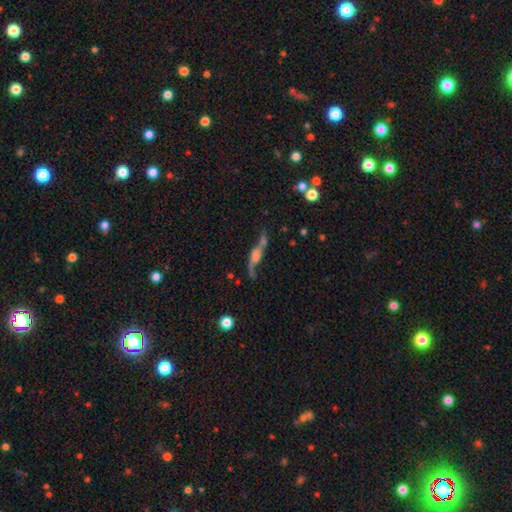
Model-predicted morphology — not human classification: Smooth or featured?
  - featured or disk: 62% *
  - smooth: 27%
  - star or artifact: 11%
Edge-on disk?
  - no: 66% *
  - yes: 34%
Merging?
  - none: 35% *
  - merger: 28%
  - major disturbance: 19%
  - minor disturbance: 17%